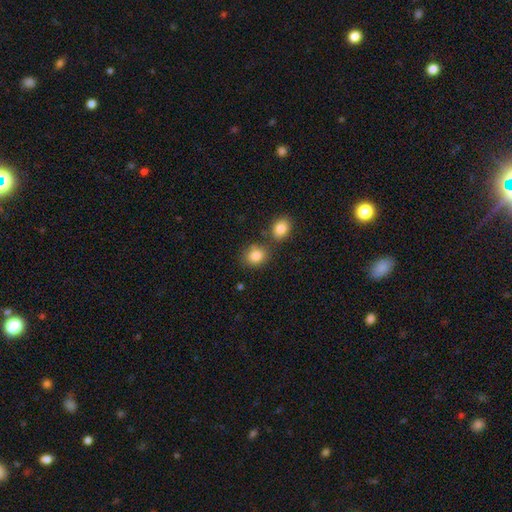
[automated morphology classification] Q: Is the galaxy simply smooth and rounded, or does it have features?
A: smooth — 84%.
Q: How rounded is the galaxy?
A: round — 58%.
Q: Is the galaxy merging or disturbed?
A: none — 67%.